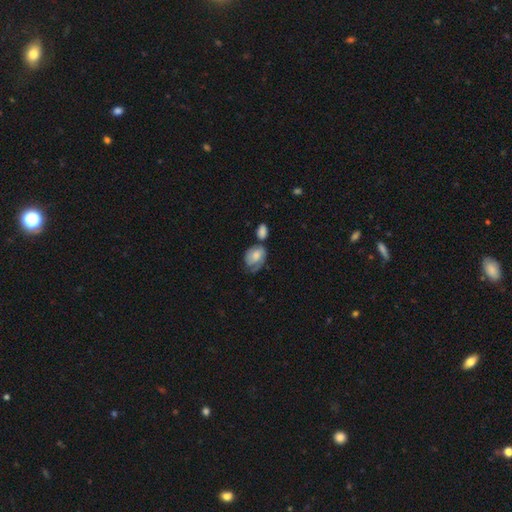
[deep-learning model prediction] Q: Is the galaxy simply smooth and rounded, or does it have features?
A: smooth — 53%.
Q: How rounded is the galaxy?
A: in between — 68%.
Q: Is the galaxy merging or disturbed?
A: none — 37%.